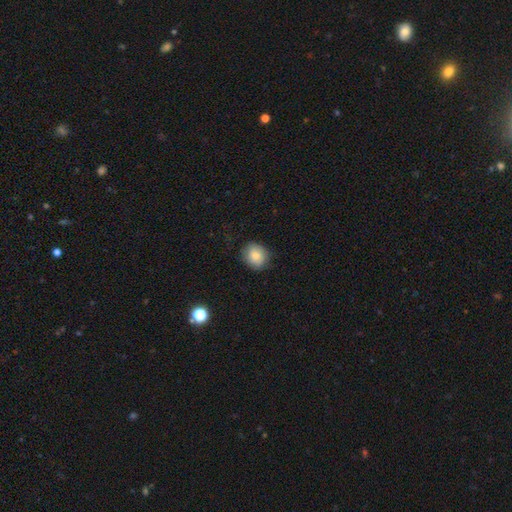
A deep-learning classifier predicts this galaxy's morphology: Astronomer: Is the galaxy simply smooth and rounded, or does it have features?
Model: smooth — 81%.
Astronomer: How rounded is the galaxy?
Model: round — 71%.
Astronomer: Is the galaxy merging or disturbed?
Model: none — 80%.